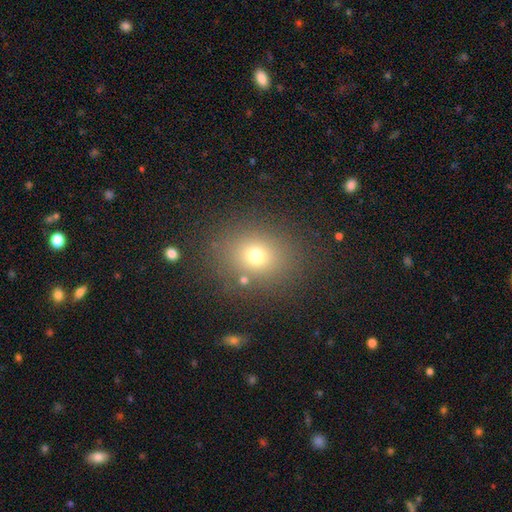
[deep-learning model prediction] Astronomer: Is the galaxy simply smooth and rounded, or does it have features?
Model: smooth — 70%.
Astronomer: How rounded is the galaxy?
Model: round — 62% (runner-up: in between, 37%).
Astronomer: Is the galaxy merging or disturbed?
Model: none — 83%.